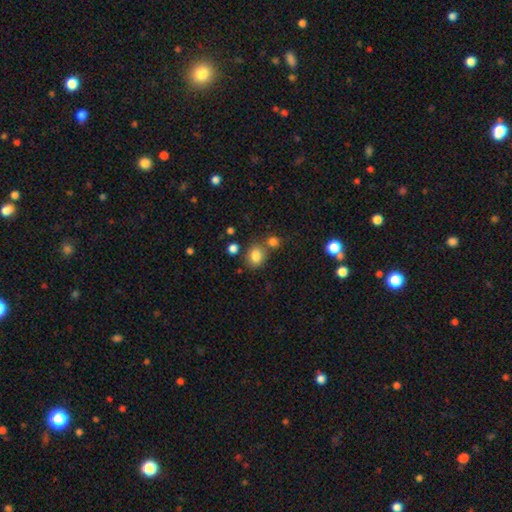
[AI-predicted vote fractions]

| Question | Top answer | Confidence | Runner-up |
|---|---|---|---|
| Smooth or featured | smooth | 82% | star or artifact (12%) |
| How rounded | round | 58% | in between (41%) |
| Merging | none | 65% | merger (19%) |